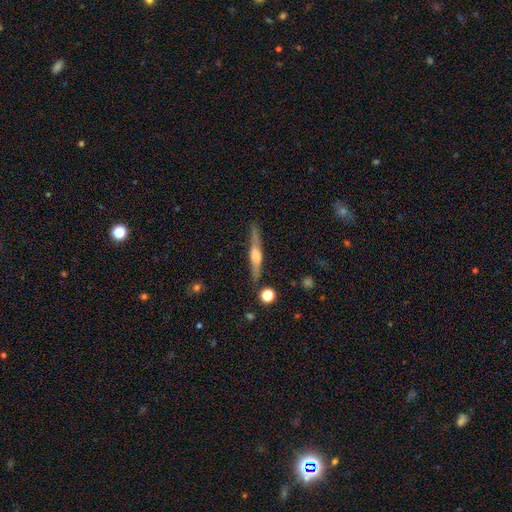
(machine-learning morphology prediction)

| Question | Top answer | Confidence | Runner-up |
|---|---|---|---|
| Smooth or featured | featured or disk | 69% | smooth (25%) |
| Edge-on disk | yes | 97% | no (3%) |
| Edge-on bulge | rounded | 76% | boxy (18%) |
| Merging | none | 86% | minor disturbance (10%) |